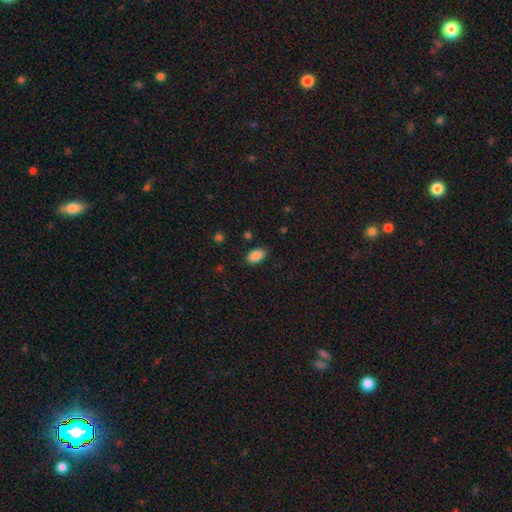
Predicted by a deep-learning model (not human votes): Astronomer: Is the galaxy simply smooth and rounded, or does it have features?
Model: smooth — 88%.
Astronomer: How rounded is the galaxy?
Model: in between — 91%.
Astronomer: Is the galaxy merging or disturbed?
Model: none — 85%.